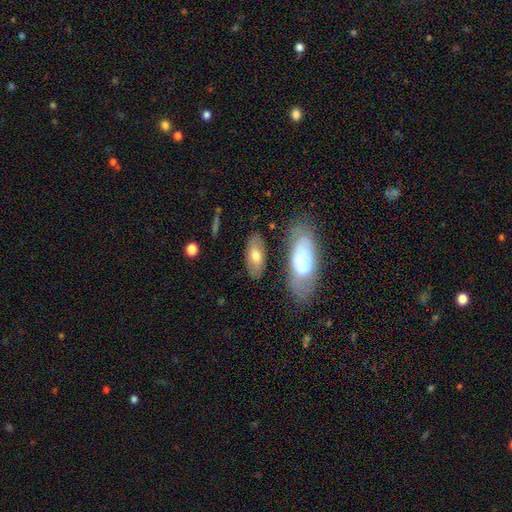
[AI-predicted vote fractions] smooth 61%, featured or disk 33%, star or artifact 6%. Down the decision tree: how rounded — in between (85%); merging — none (77%).